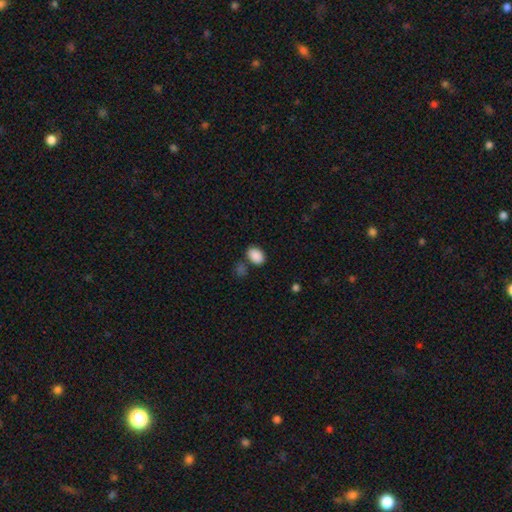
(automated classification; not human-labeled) A smooth galaxy with no disk features (89%) that is in between round and cigar-shaped (82%). Merging: none (74%).